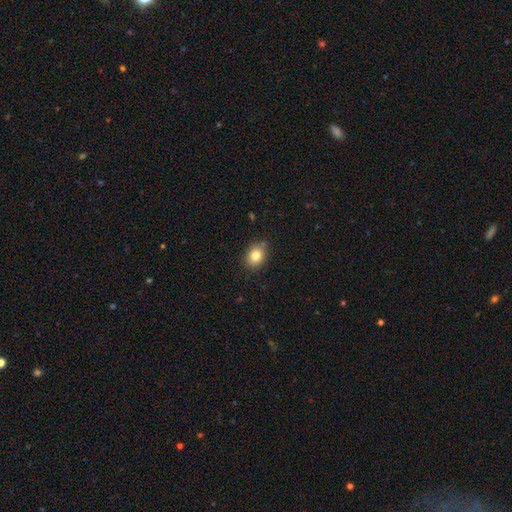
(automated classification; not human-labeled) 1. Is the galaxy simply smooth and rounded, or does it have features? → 82% smooth, 10% star or artifact, 8% featured or disk.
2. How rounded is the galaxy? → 55% in between, 44% round, 1% cigar-shaped.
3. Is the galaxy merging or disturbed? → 82% none, 13% minor disturbance, 3% merger, 3% major disturbance.